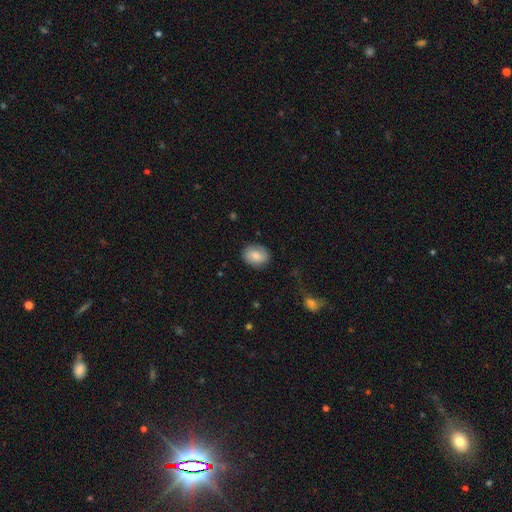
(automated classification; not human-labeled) The model was most divided on "how rounded": in between: 55%, round: 44%, cigar-shaped: 1%. More confident: merging — none (82%); smooth or featured — smooth (74%).